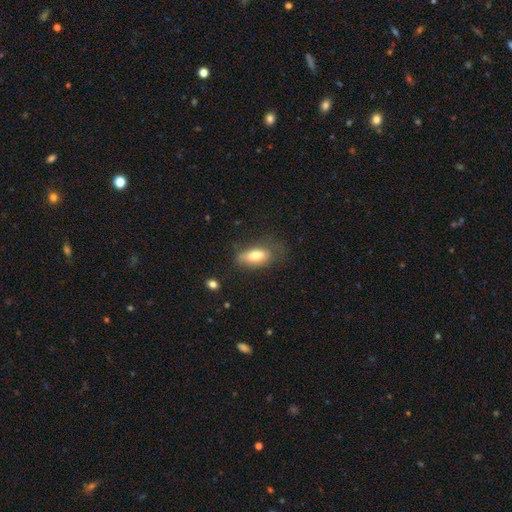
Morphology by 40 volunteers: Q: Smooth or featured?
A: smooth (78%); runner-up: featured or disk (15%)
Q: How rounded?
A: in between (97%); runner-up: cigar-shaped (3%)
Q: Merging?
A: none (41%); runner-up: minor disturbance (30%)